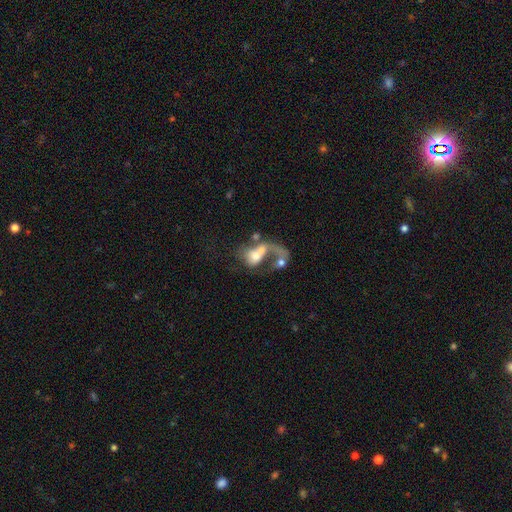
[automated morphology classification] Smooth or featured: featured or disk — 53% (smooth — 37%)
Edge-on disk: no — 96% (yes — 4%)
Bar: no — 75% (weak — 19%)
Spiral arms: yes — 52% (no — 48%)
Bulge size: moderate — 47% (small — 21%)
Merging: merger — 52% (major disturbance — 30%)